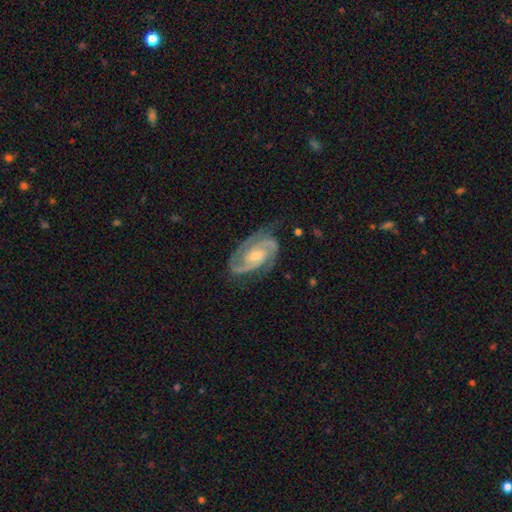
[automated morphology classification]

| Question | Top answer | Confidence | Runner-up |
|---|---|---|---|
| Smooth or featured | featured or disk | 92% | star or artifact (4%) |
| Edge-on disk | no | 97% | yes (3%) |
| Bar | no | 51% | weak (36%) |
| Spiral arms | yes | 98% | no (2%) |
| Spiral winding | tight | 53% | medium (42%) |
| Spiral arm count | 2 | 87% | 3 (6%) |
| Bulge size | small | 48% | moderate (45%) |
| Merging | none | 76% | minor disturbance (18%) |